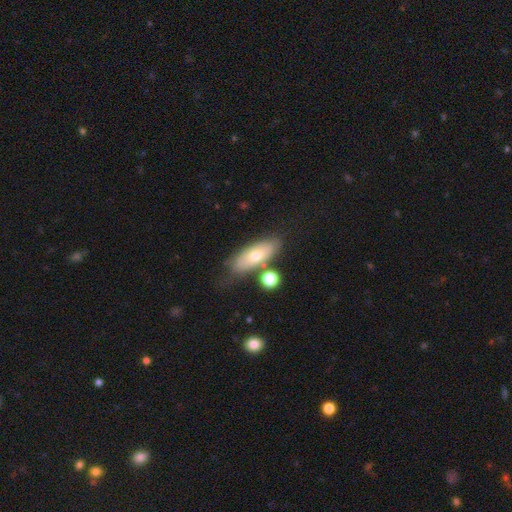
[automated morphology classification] A smooth galaxy with no disk features (63%) that is in between round and cigar-shaped (70%). Merging: none (71%).